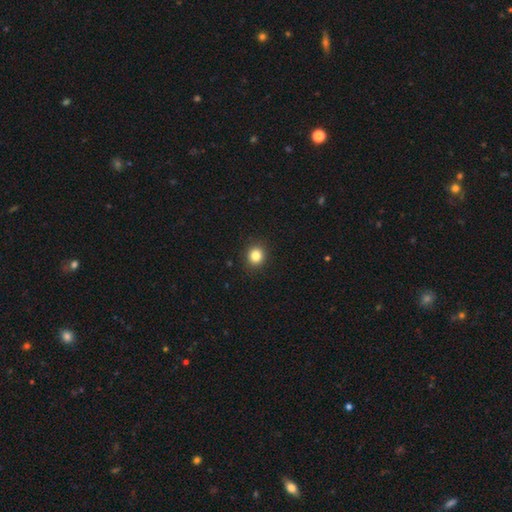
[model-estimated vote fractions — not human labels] Morphology: type=smooth (83%); roundness=round (84%); merging=none (92%).